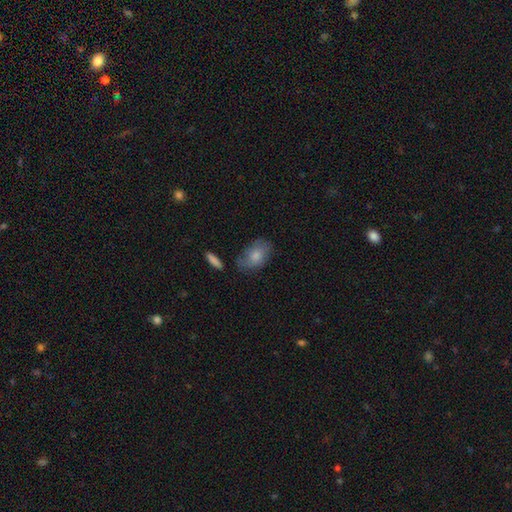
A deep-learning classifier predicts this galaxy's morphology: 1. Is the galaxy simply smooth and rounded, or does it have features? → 75% smooth, 18% featured or disk, 6% star or artifact.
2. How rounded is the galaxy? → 88% in between, 10% round, 2% cigar-shaped.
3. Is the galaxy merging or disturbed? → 61% none, 26% minor disturbance, 9% major disturbance, 4% merger.